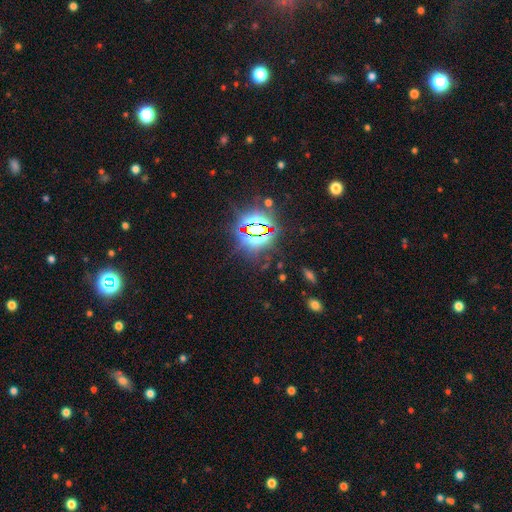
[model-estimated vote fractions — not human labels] Smooth or featured? star or artifact (79%)